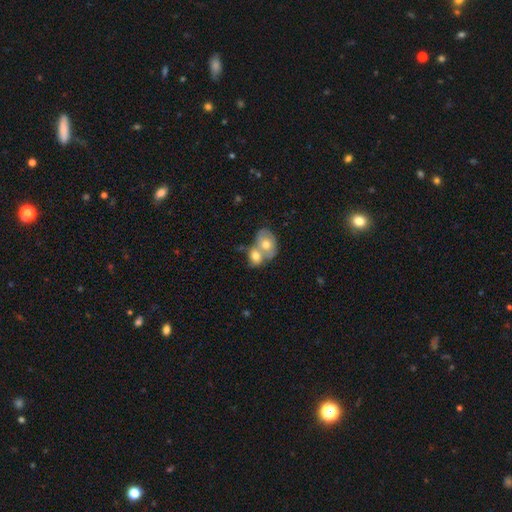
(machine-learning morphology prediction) Overall: smooth (63%; featured or disk 29%). How rounded: in between (63%; round 36%). Merging: merger (74%).